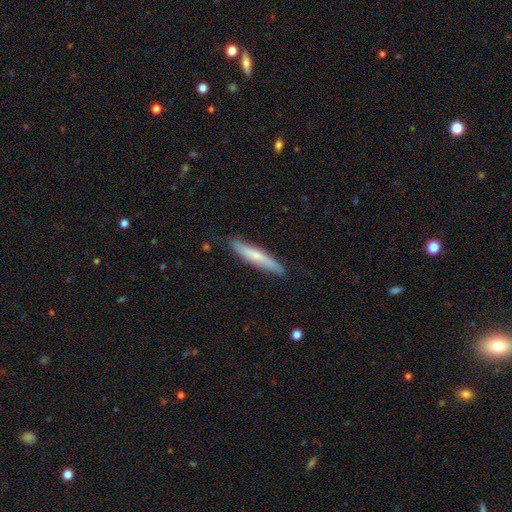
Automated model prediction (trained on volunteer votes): The model was most divided on "smooth or featured": smooth: 62%, featured or disk: 33%, star or artifact: 6%. More confident: how rounded — cigar-shaped (92%); merging — none (84%).